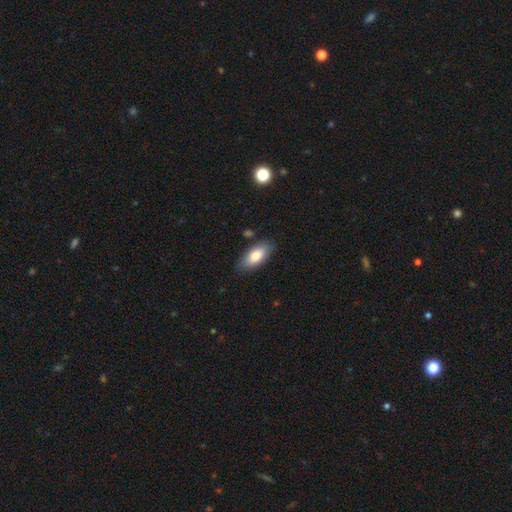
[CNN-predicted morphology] This is likely a smooth galaxy (80%). How rounded: clearly in between (88%). Merging: clearly none (82%).